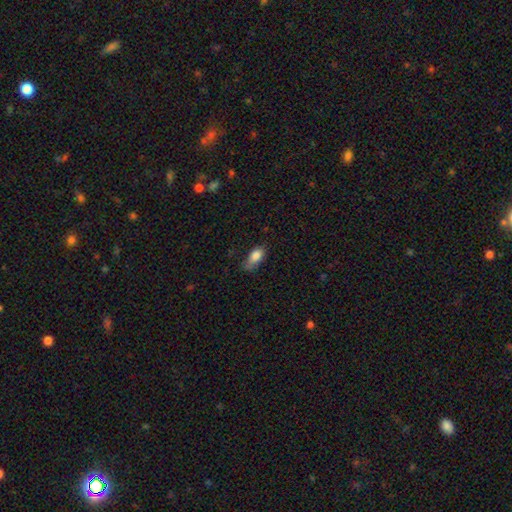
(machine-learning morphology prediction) Smooth or featured? Predicted: smooth (p=0.84). How rounded? Predicted: in between (p=0.88). Merging? Predicted: none (p=0.50).